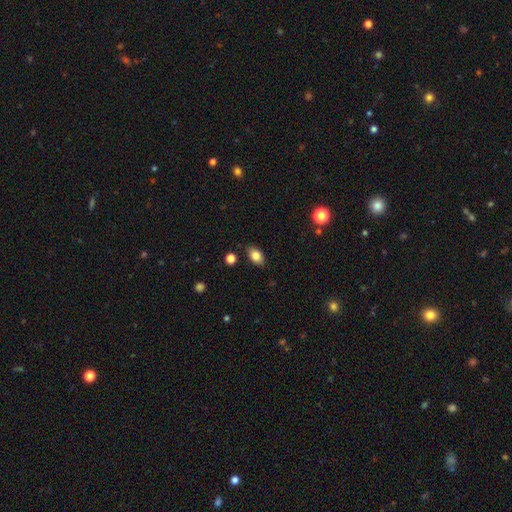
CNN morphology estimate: smooth_or_featured: smooth (p=0.82) [alt: featured or disk p=0.09]
how_rounded: in between (p=0.84) [alt: round p=0.14]
merging: none (p=0.84) [alt: minor disturbance p=0.12]